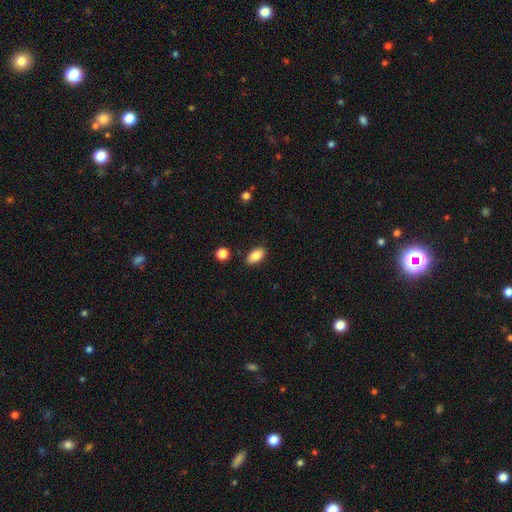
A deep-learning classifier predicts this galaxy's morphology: smooth-or-featured: smooth: 85% | featured or disk: 8% | star or artifact: 8%
  how-rounded: in between: 92% | round: 5% | cigar-shaped: 3%
  merging: none: 86% | minor disturbance: 9% | merger: 2% | major disturbance: 2%